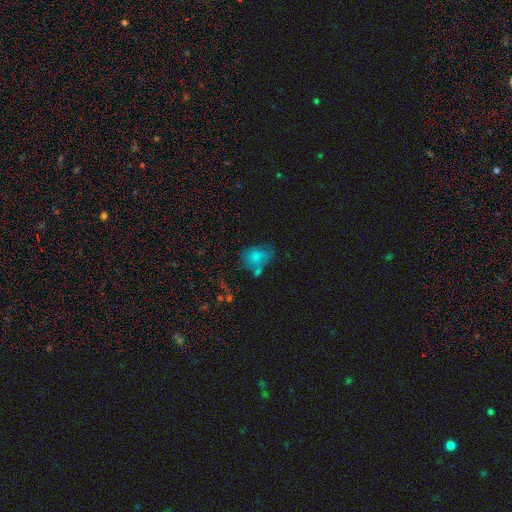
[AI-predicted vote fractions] This appears to be a smooth galaxy with no disk features (70%) that is in between round and cigar-shaped (65%). Merging: none (42%).